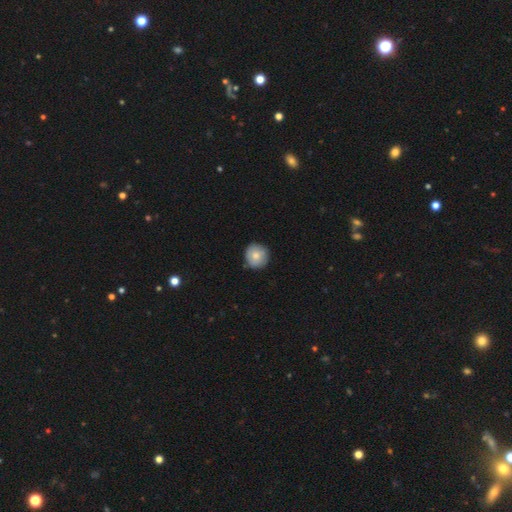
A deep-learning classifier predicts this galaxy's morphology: type=smooth (79%); roundness=round (94%); merging=none (85%).